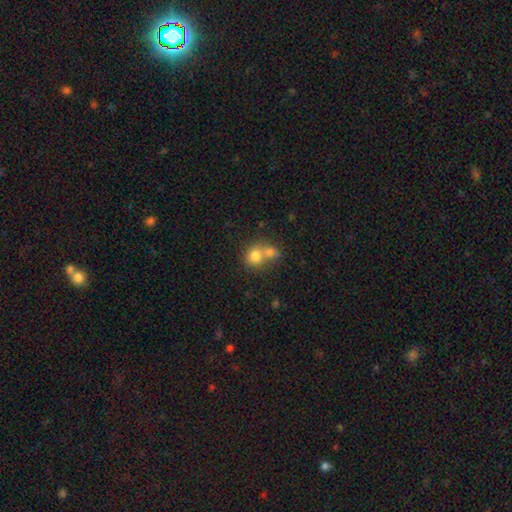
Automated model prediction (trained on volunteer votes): Q: Smooth or featured?
A: smooth (77%); runner-up: featured or disk (13%)
Q: How rounded?
A: round (74%); runner-up: in between (25%)
Q: Merging?
A: merger (61%); runner-up: none (29%)